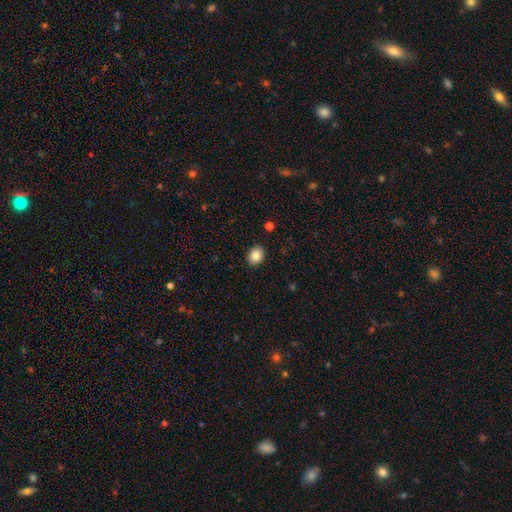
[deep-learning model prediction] The model was most divided on "how rounded": round: 51%, in between: 48%, cigar-shaped: 1%. More confident: merging — none (90%); smooth or featured — smooth (86%).